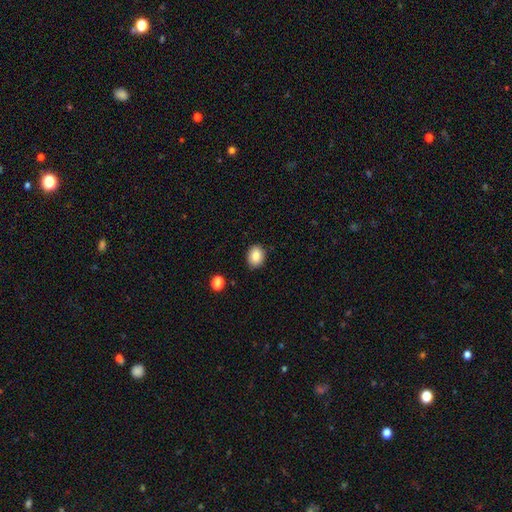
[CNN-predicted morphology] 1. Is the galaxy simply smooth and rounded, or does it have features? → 84% smooth, 9% star or artifact, 7% featured or disk.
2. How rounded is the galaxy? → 54% in between, 45% round, 1% cigar-shaped.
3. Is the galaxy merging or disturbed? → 87% none, 9% minor disturbance, 2% major disturbance, 1% merger.